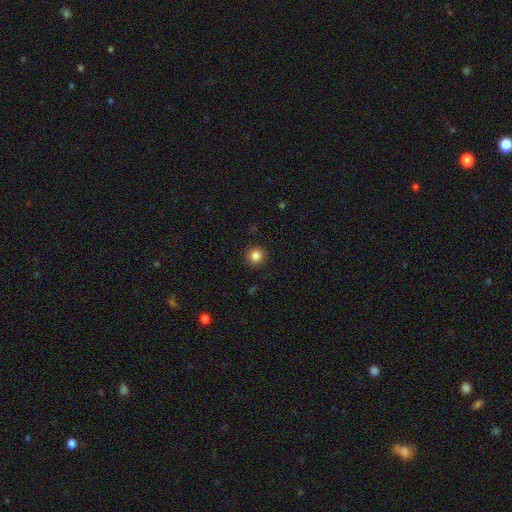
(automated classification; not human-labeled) smooth 84%, star or artifact 11%, featured or disk 5%. Down the decision tree: how rounded — round (94%); merging — none (92%).